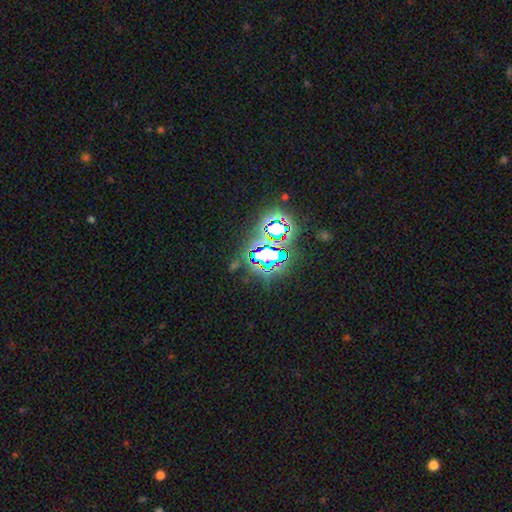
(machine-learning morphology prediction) Smooth or featured?
  - star or artifact: 76% *
  - smooth: 14%
  - featured or disk: 11%